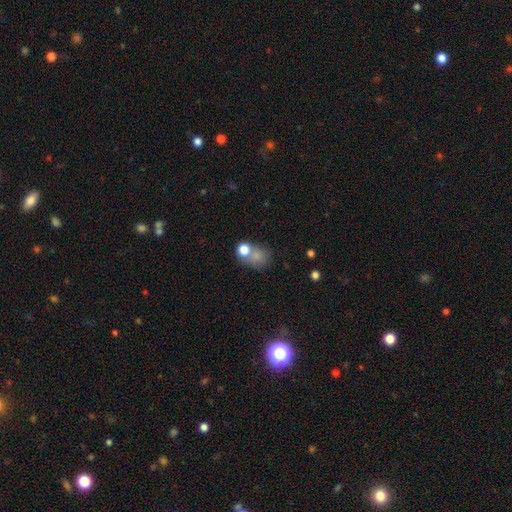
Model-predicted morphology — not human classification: A smooth galaxy with no disk features (74%) that is round (60%).

Vote fractions:
- Smooth or featured? smooth: 74% / star or artifact: 13% / featured or disk: 12%
- How rounded? round: 60% / in between: 39% / cigar-shaped: 1%
- Merging? none: 40% / merger: 36% / minor disturbance: 14% / major disturbance: 10%